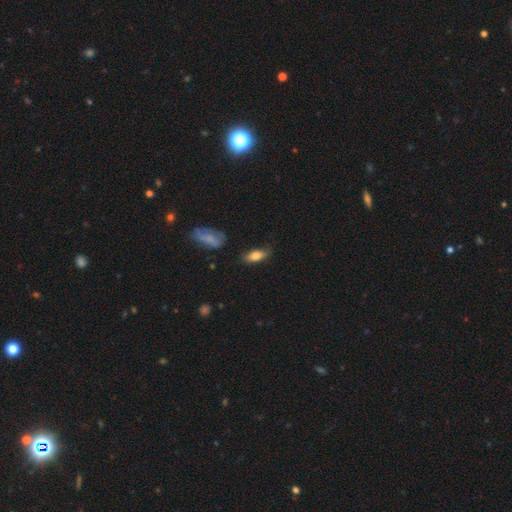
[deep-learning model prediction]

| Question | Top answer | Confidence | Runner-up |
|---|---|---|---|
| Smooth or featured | smooth | 76% | featured or disk (17%) |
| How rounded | in between | 76% | cigar-shaped (21%) |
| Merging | none | 80% | minor disturbance (15%) |